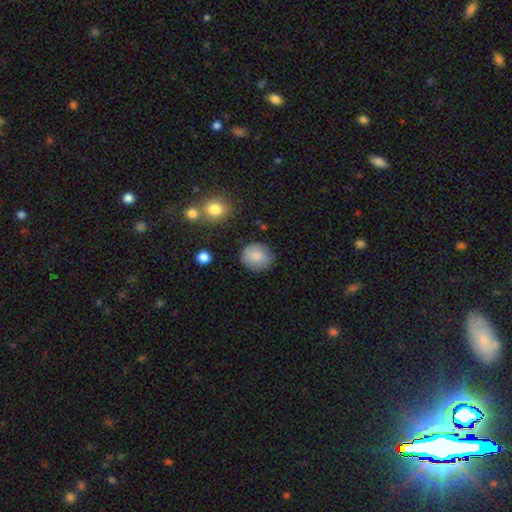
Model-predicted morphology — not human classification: Q: Smooth or featured?
A: smooth (83%); runner-up: featured or disk (10%)
Q: How rounded?
A: round (74%); runner-up: in between (25%)
Q: Merging?
A: none (76%); runner-up: minor disturbance (17%)